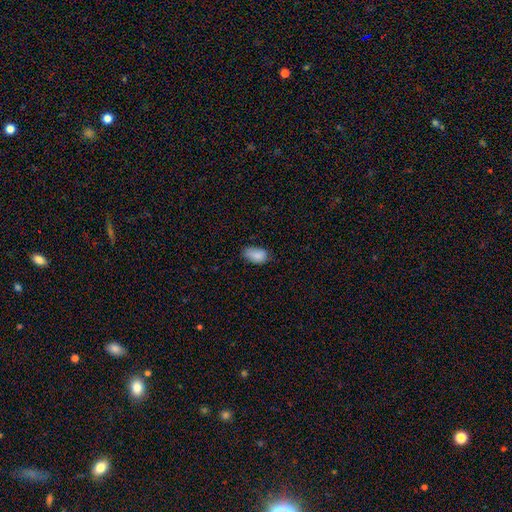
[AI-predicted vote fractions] Smooth or featured: smooth — 87% (star or artifact — 8%)
How rounded: in between — 91% (round — 7%)
Merging: none — 62% (minor disturbance — 30%)